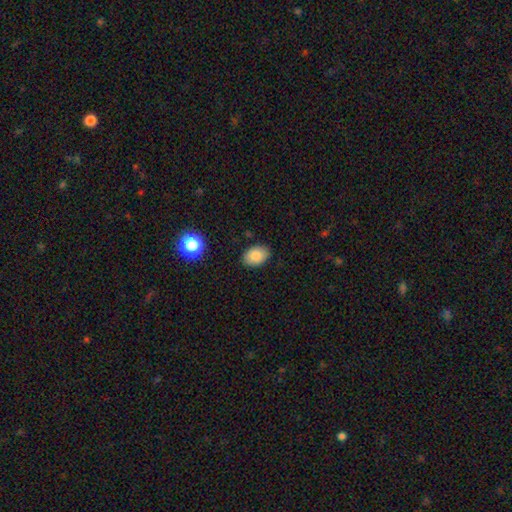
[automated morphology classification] Smooth or featured? Predicted: smooth (p=0.85). How rounded? Predicted: in between (p=0.81). Merging? Predicted: none (p=0.86).